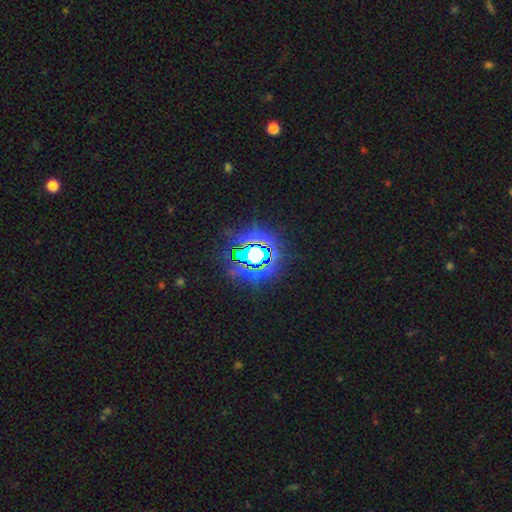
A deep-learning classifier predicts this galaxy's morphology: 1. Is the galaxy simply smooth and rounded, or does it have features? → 70% star or artifact, 16% smooth, 13% featured or disk.